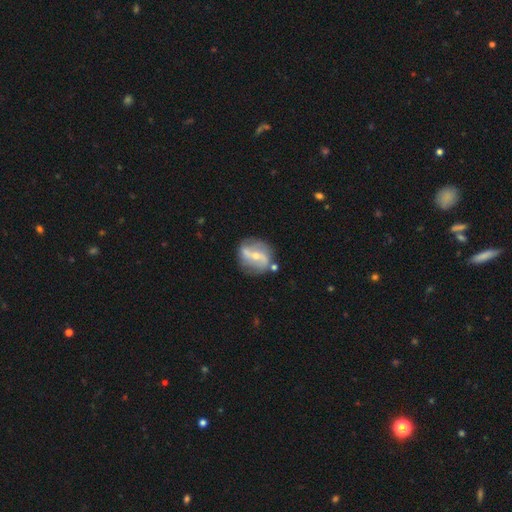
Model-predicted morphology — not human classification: A featured or disk galaxy (78%) with a strong bar (37%), 2 (85%) loose (50%) spiral arms (86%) and a small central bulge (50%).

Vote fractions:
- Smooth or featured? featured or disk: 78% / smooth: 16% / star or artifact: 6%
- Edge-on disk? no: 95% / yes: 5%
- Bar? strong: 37% / weak: 34% / no: 29%
- Spiral arms? yes: 86% / no: 14%
- Spiral winding? loose: 50% / medium: 35% / tight: 15%
- Spiral arm count? 2: 85% / can't tell: 7% / 3: 3% / 1: 2% / 4: 1% / more than 4: 1%
- Bulge size? small: 50% / moderate: 47% / large: 2% / none: 1% / dominant: 1%
- Merging? none: 71% / minor disturbance: 16% / merger: 8% / major disturbance: 6%